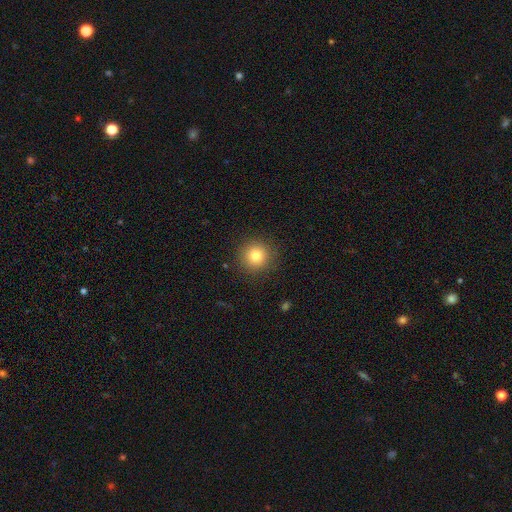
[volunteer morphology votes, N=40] smooth 88%, star or artifact 8%, featured or disk 5%. Down the decision tree: how rounded — round (91%); merging — none (89%).